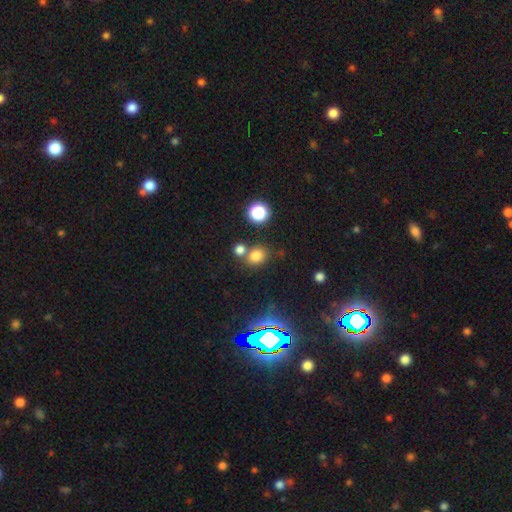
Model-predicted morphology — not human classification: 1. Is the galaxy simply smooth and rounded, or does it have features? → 73% smooth, 20% star or artifact, 7% featured or disk.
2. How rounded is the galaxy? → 65% round, 33% in between, 1% cigar-shaped.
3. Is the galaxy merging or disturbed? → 64% none, 23% merger, 9% minor disturbance, 4% major disturbance.